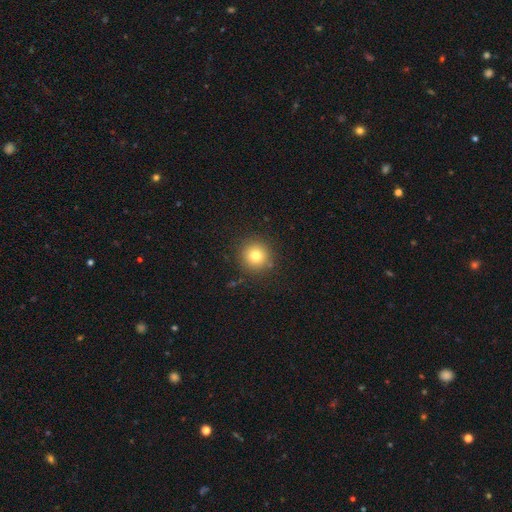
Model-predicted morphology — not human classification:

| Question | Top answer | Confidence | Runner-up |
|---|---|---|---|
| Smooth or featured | smooth | 77% | star or artifact (13%) |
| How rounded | round | 94% | in between (5%) |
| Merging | none | 88% | minor disturbance (7%) |